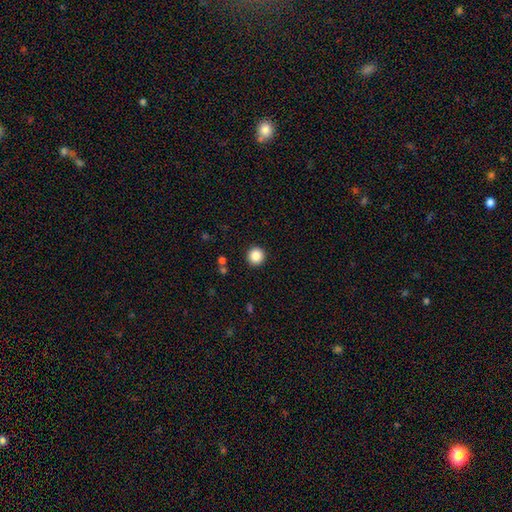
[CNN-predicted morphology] Smooth or featured?
  - smooth: 86% *
  - star or artifact: 10%
  - featured or disk: 4%
How rounded?
  - round: 94% *
  - in between: 5%
  - cigar-shaped: 1%
Merging?
  - none: 92% *
  - minor disturbance: 5%
  - major disturbance: 2%
  - merger: 1%